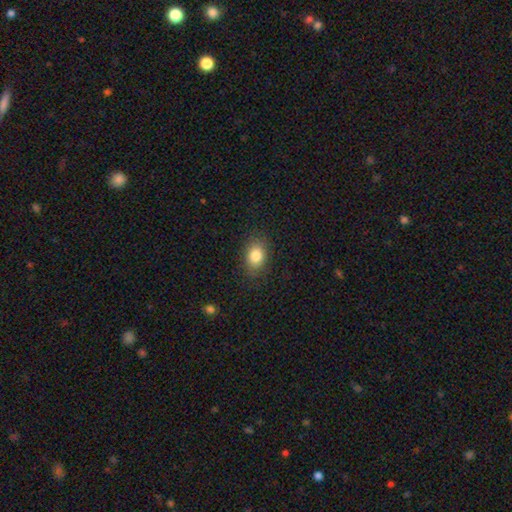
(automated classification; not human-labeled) Smooth or featured? Predicted: smooth (p=0.84). How rounded? Predicted: in between (p=0.75). Merging? Predicted: none (p=0.85).